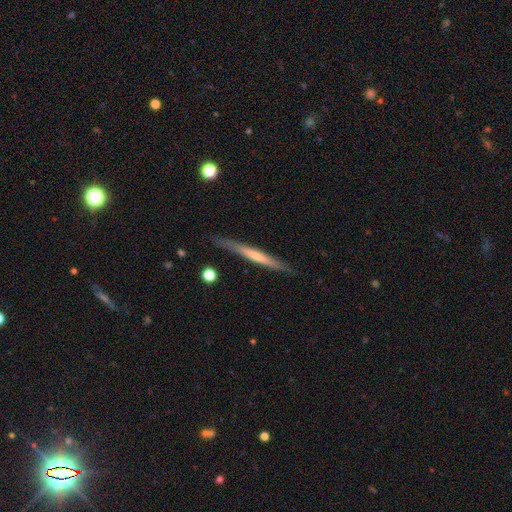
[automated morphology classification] This is likely a featured or disk galaxy (67%). It is clearly viewed edge-on (97%). Edge-on bulge: possibly rounded (50%). Merging: clearly none (86%).